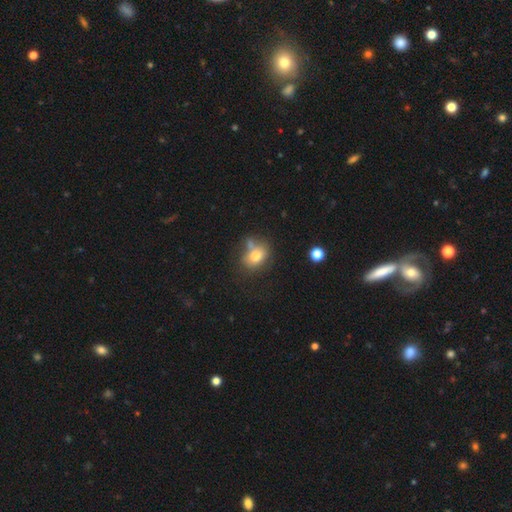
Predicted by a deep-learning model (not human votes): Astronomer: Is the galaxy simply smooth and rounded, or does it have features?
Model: smooth — 76%.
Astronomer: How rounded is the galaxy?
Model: in between — 60% (runner-up: round, 39%).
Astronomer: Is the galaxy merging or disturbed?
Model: none — 52%.